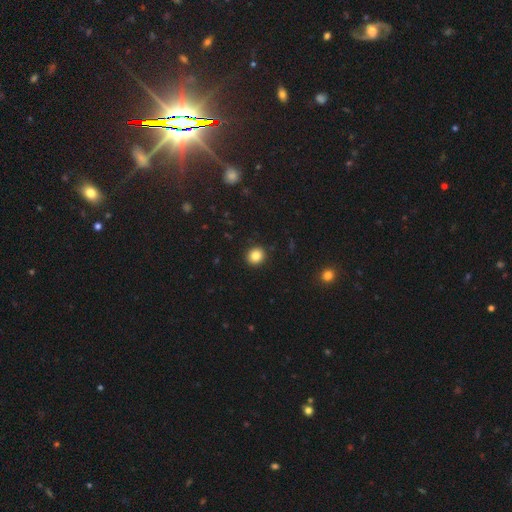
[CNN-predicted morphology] Smooth or featured: smooth — 85% (star or artifact — 10%)
How rounded: round — 79% (in between — 20%)
Merging: none — 92% (minor disturbance — 5%)